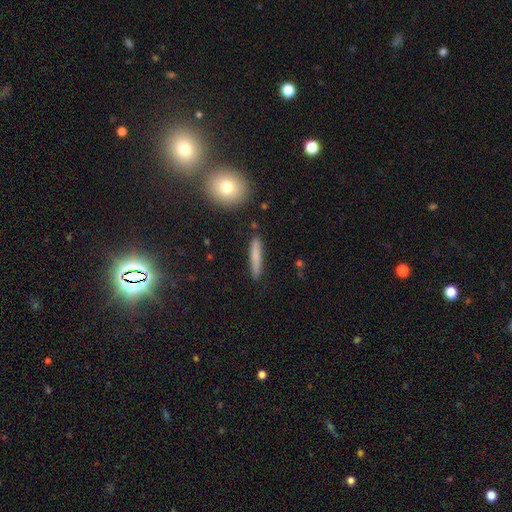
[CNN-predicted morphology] Overall: smooth (74%). How rounded: cigar-shaped (92%). Merging: none (88%).